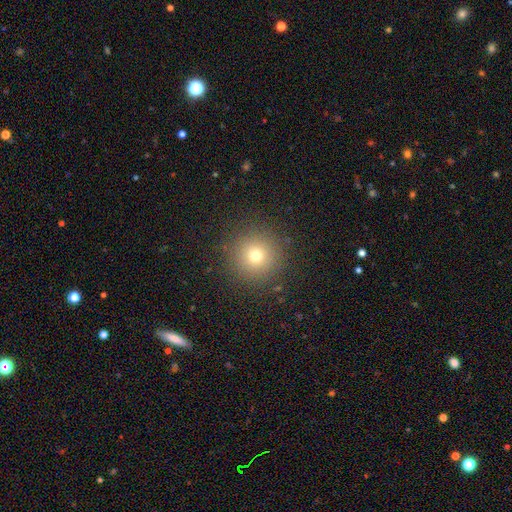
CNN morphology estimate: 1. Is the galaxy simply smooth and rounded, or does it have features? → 73% smooth, 17% star or artifact, 10% featured or disk.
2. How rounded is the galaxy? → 96% round, 3% in between, 1% cigar-shaped.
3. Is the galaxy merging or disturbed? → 90% none, 6% minor disturbance, 3% major disturbance, 1% merger.